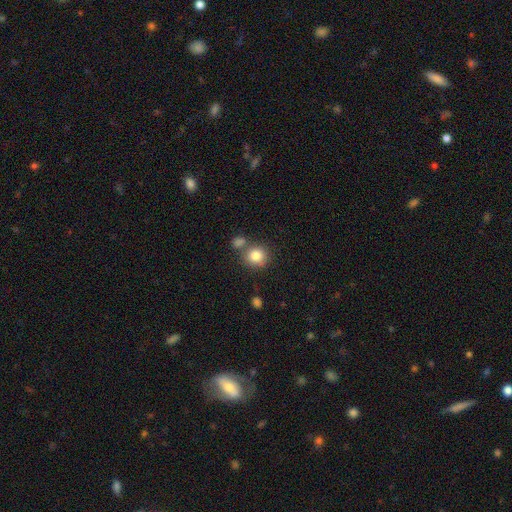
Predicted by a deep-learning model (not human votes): Overall: smooth (83%). How rounded: round (87%). Merging: none (67%).